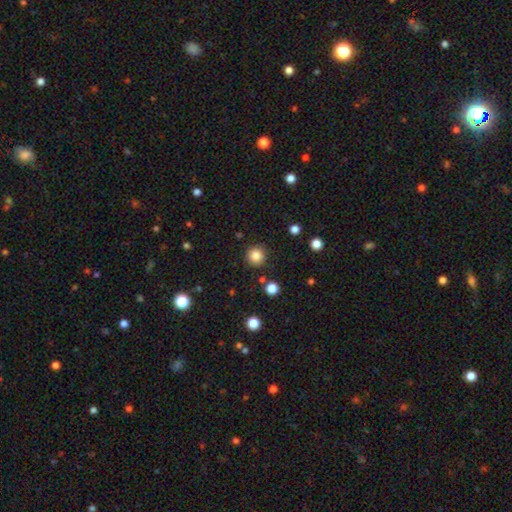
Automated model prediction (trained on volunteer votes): Smooth or featured? Predicted: smooth (p=0.84). How rounded? Predicted: round (p=0.95). Merging? Predicted: none (p=0.89).